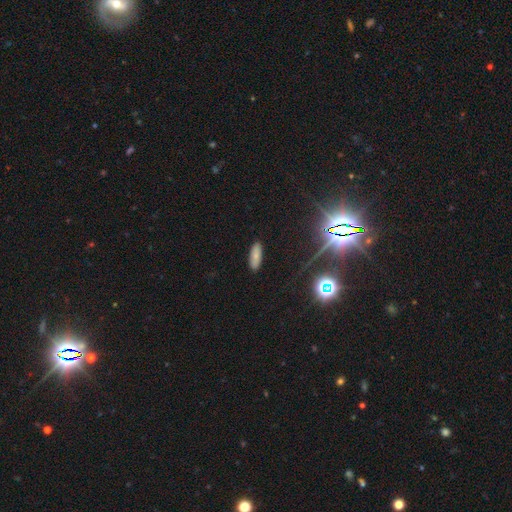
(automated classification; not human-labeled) Smooth or featured? smooth (70%)
How rounded? in between (70%)
Merging? none (87%)